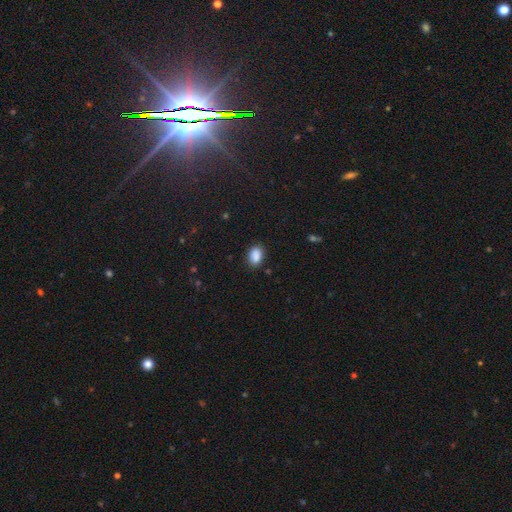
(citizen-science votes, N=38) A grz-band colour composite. It shows a smooth galaxy with no disk features (84%) that is in between round and cigar-shaped (81%). Merging: none (89%).